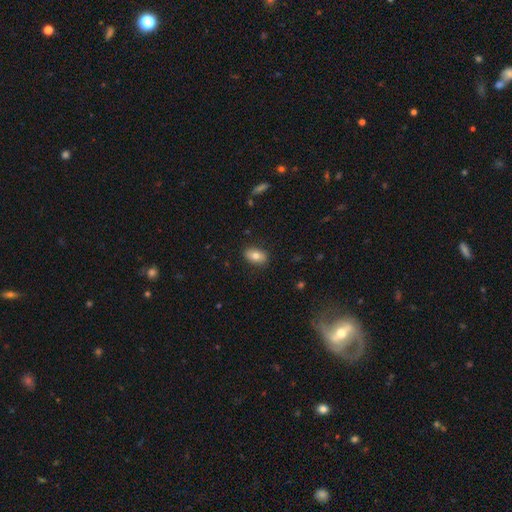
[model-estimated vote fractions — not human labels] smooth_or_featured: smooth (p=0.77) [alt: featured or disk p=0.14]
how_rounded: in between (p=0.88) [alt: round p=0.10]
merging: none (p=0.86) [alt: minor disturbance p=0.10]